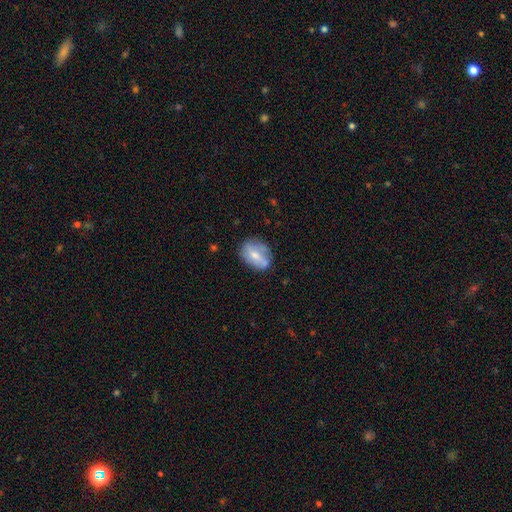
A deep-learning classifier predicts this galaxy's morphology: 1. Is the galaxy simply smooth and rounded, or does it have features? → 56% smooth, 37% featured or disk, 7% star or artifact.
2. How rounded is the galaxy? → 71% in between, 26% round, 2% cigar-shaped.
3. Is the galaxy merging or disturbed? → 61% none, 24% minor disturbance, 8% major disturbance, 7% merger.